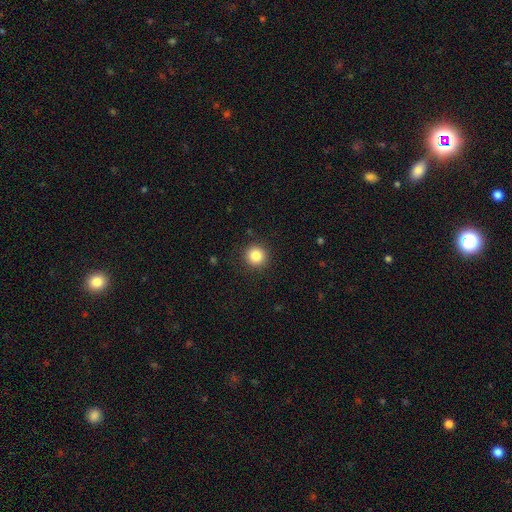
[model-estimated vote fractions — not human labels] Morphology: type=smooth (84%); roundness=round (95%); merging=none (91%).